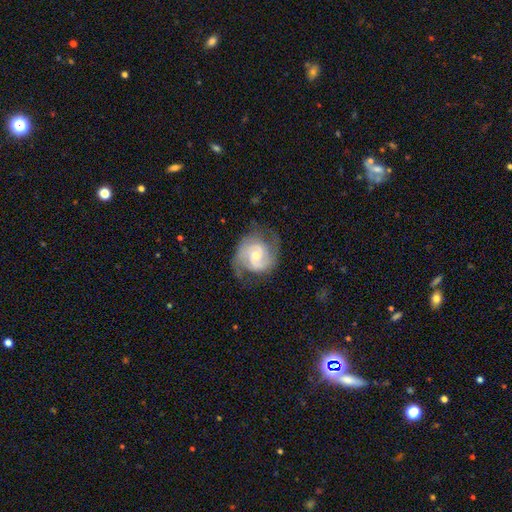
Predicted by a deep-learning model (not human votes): smooth-or-featured: featured or disk: 82% | smooth: 13% | star or artifact: 5%
  disk-edge-on: no: 98% | yes: 2%
    bar: no: 58% | weak: 35% | strong: 7%
    has-spiral-arms: yes: 94% | no: 6%
      spiral-winding: medium: 43% | tight: 40% | loose: 16%
      spiral-arm-count: 2: 73% | can't tell: 13% | 3: 7% | 1: 4% | 4: 2% | more than 4: 2%
    bulge-size: moderate: 50% | small: 45% | large: 3% | none: 1% | dominant: 1%
  merging: none: 63% | minor disturbance: 21% | major disturbance: 14% | merger: 1%